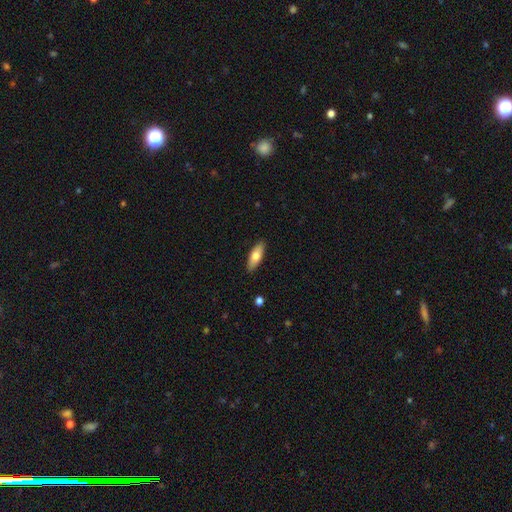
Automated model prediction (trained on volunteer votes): Morphology: type=smooth (73%); roundness=in between (68%); merging=none (88%).